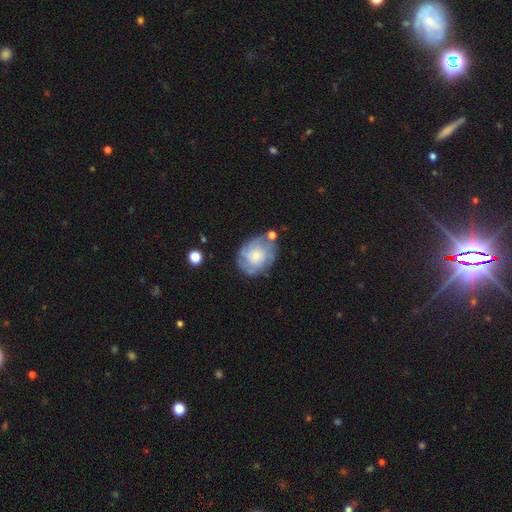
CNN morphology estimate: A featured or disk galaxy (60%) with no bar (81%), spiral arms (78%) and a small central bulge (51%). Merging: none (60%).